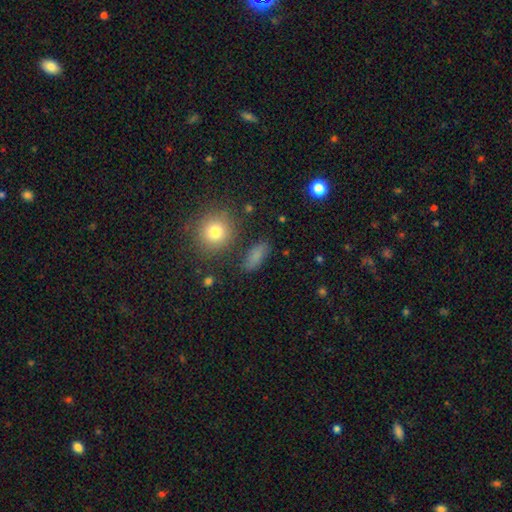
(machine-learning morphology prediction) type=smooth (77%); roundness=in between (75%); merging=none (81%).